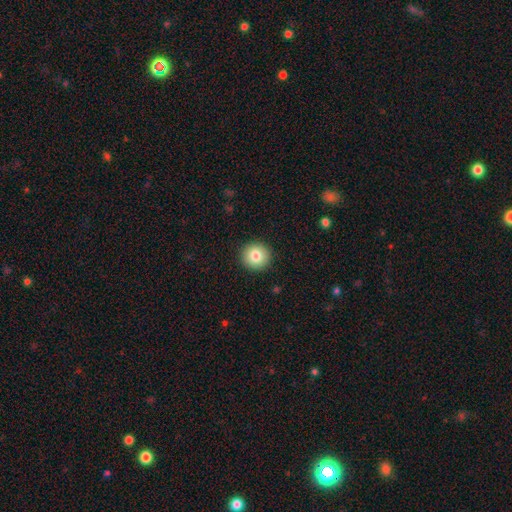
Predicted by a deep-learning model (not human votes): This is clearly a smooth galaxy (82%). How rounded: clearly round (94%). Merging: clearly none (92%).